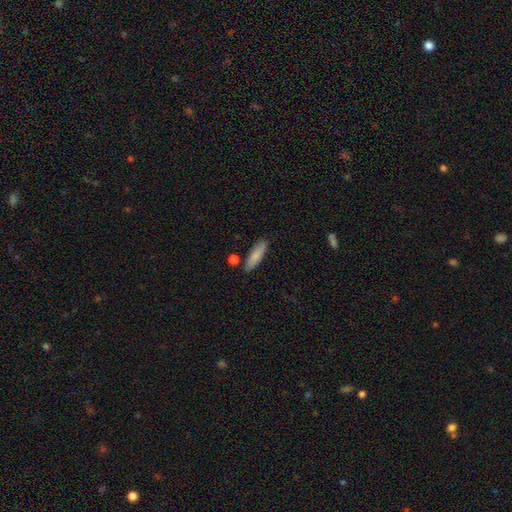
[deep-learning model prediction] This is clearly a smooth galaxy (82%). How rounded: possibly cigar-shaped (53%). Merging: clearly none (81%).